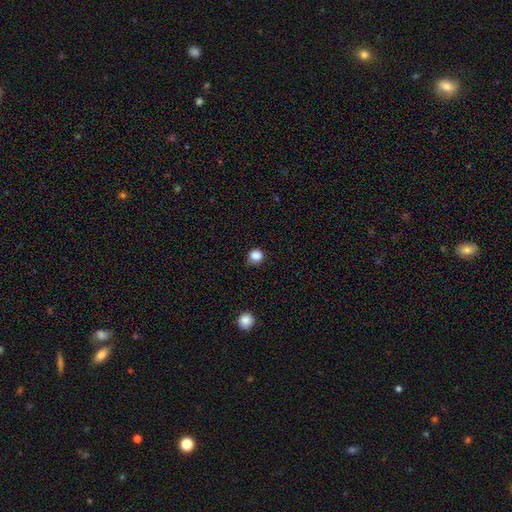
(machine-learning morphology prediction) smooth_or_featured: smooth (p=0.85) [alt: star or artifact p=0.12]
how_rounded: round (p=0.87) [alt: in between p=0.12]
merging: none (p=0.84) [alt: minor disturbance p=0.12]